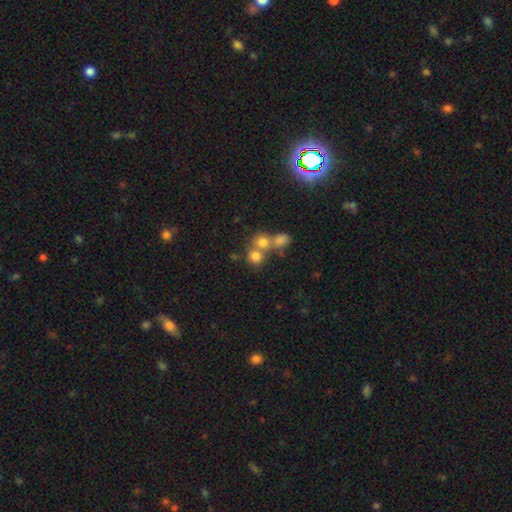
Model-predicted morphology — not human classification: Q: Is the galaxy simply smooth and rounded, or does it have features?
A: smooth — 74%.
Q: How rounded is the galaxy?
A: round — 81%.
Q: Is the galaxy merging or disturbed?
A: merger — 46%.